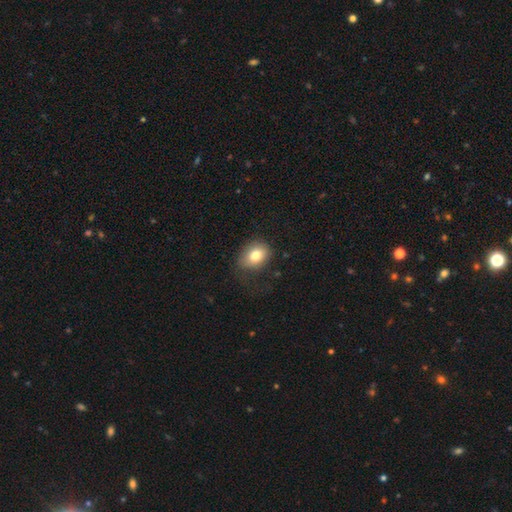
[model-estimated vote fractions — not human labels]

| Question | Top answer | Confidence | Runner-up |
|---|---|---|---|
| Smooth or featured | smooth | 79% | featured or disk (12%) |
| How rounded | in between | 67% | round (32%) |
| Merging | none | 64% | minor disturbance (23%) |